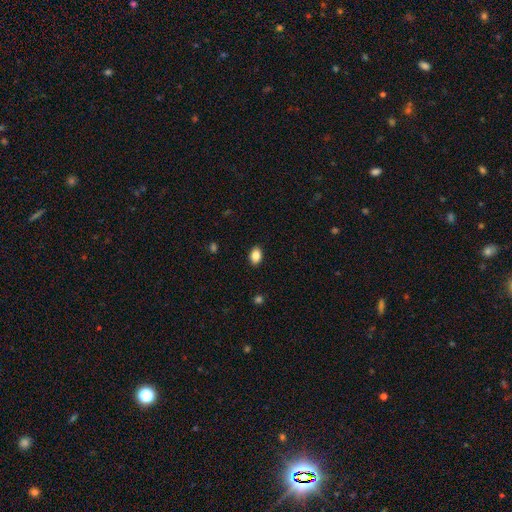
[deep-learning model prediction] Smooth or featured?
  - smooth: 87% *
  - star or artifact: 8%
  - featured or disk: 5%
How rounded?
  - in between: 83% *
  - round: 16%
  - cigar-shaped: 1%
Merging?
  - none: 89% *
  - minor disturbance: 8%
  - major disturbance: 2%
  - merger: 1%